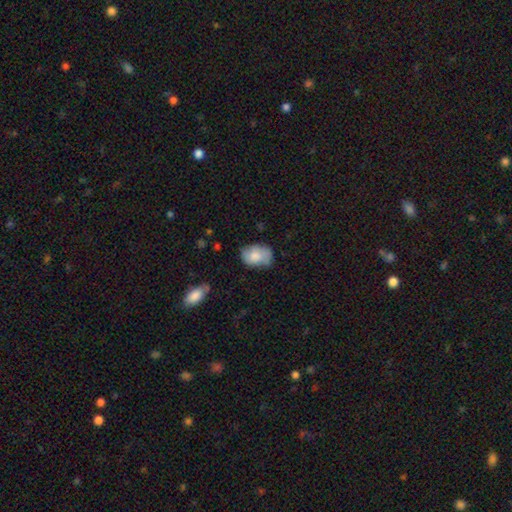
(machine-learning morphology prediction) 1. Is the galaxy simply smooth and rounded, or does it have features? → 72% smooth, 21% featured or disk, 7% star or artifact.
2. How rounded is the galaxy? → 81% in between, 18% round, 1% cigar-shaped.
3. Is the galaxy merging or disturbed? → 60% none, 30% minor disturbance, 8% major disturbance, 2% merger.